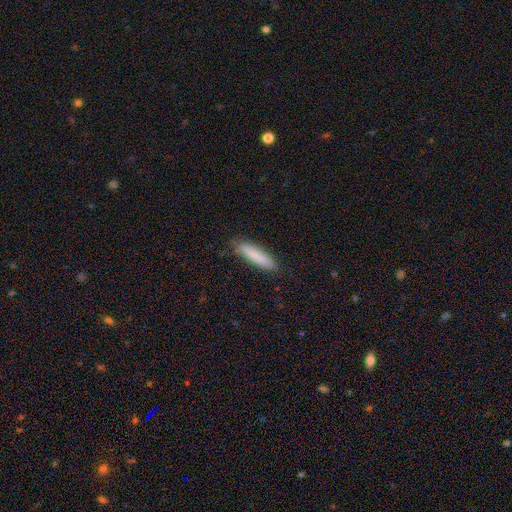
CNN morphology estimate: A smooth galaxy with no disk features (84%) that is cigar-shaped (84%). Merging: none (85%).